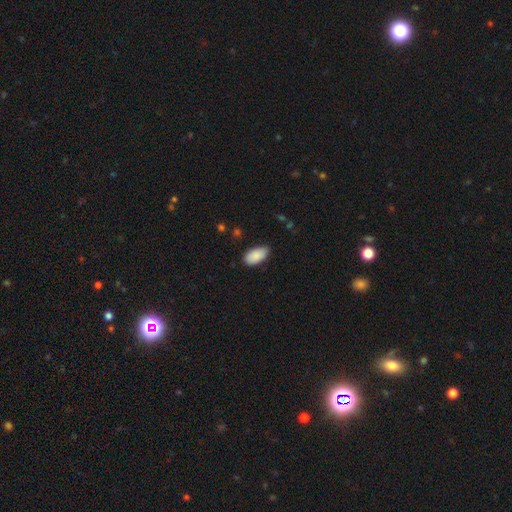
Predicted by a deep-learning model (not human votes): A smooth galaxy with no disk features (88%) that is in between round and cigar-shaped (95%).

Vote fractions:
- Smooth or featured? smooth: 88% / star or artifact: 6% / featured or disk: 5%
- How rounded? in between: 95% / cigar-shaped: 3% / round: 2%
- Merging? none: 75% / minor disturbance: 21% / major disturbance: 3% / merger: 1%